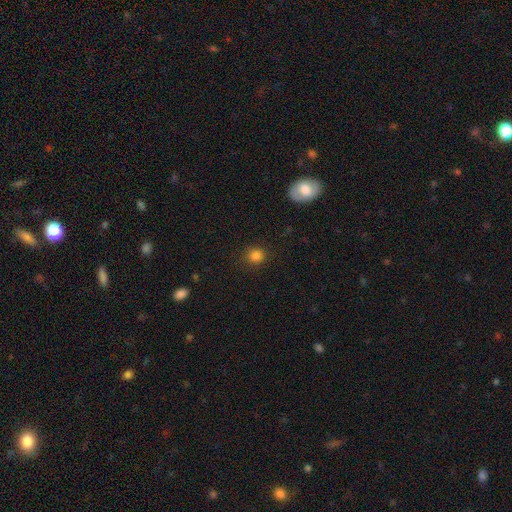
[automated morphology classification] Q: Smooth or featured?
A: smooth (83%); runner-up: star or artifact (13%)
Q: How rounded?
A: round (85%); runner-up: in between (14%)
Q: Merging?
A: none (87%); runner-up: minor disturbance (9%)